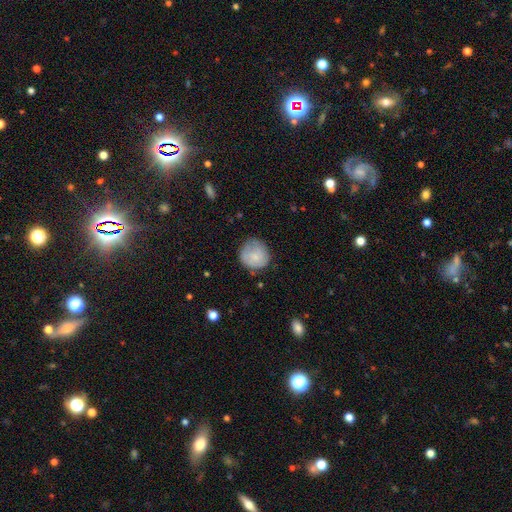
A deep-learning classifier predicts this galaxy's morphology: Smooth or featured?
  - smooth: 68% *
  - featured or disk: 25%
  - star or artifact: 7%
How rounded?
  - round: 90% *
  - in between: 9%
  - cigar-shaped: 1%
Merging?
  - none: 70% *
  - minor disturbance: 22%
  - major disturbance: 6%
  - merger: 2%